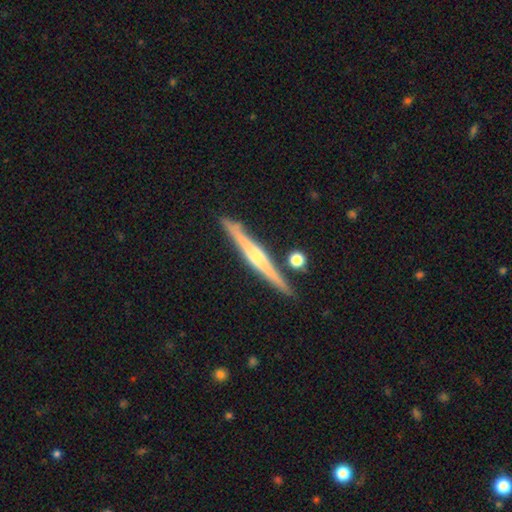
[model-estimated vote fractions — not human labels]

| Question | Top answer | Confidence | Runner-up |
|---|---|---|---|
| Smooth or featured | featured or disk | 78% | smooth (16%) |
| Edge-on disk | yes | 98% | no (2%) |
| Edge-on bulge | rounded | 77% | none (12%) |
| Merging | none | 87% | minor disturbance (8%) |